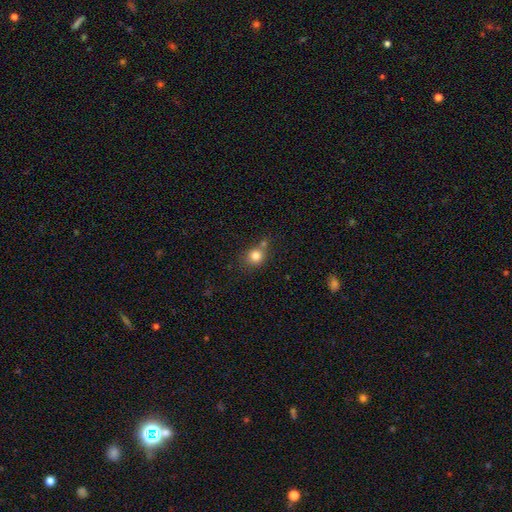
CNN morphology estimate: Q: Smooth or featured?
A: smooth (82%); runner-up: star or artifact (11%)
Q: How rounded?
A: round (83%); runner-up: in between (16%)
Q: Merging?
A: none (58%); runner-up: merger (23%)